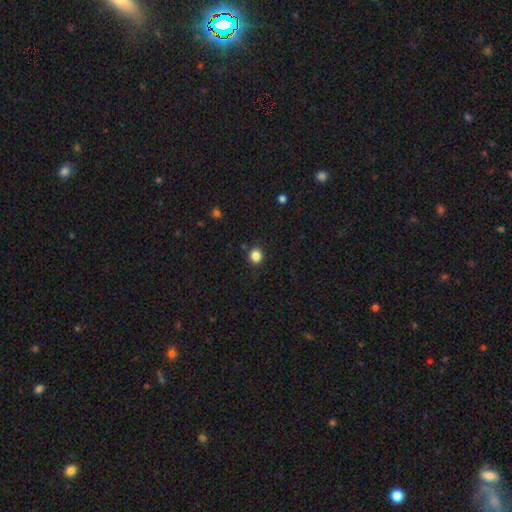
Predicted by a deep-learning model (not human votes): smooth-or-featured: smooth: 85% | star or artifact: 12% | featured or disk: 4%
  how-rounded: round: 84% | in between: 15% | cigar-shaped: 1%
  merging: none: 87% | minor disturbance: 8% | merger: 3% | major disturbance: 2%